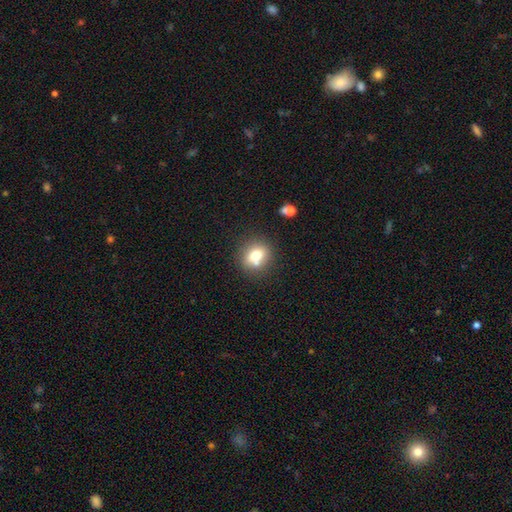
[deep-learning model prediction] This appears to be a smooth galaxy with no disk features (71%) that is round (73%). Merging: none (70%).